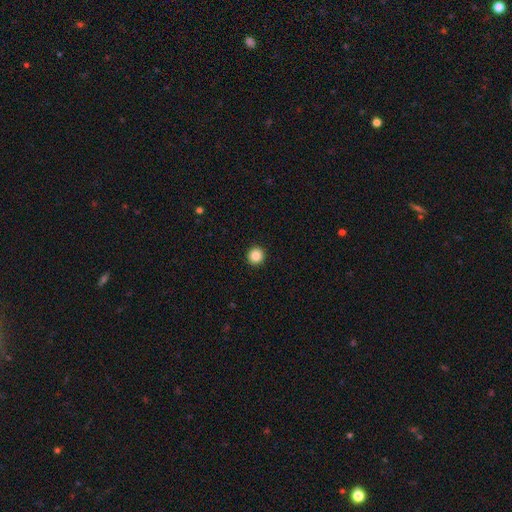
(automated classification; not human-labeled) This is clearly a smooth galaxy (86%). How rounded: clearly round (95%). Merging: clearly none (94%).